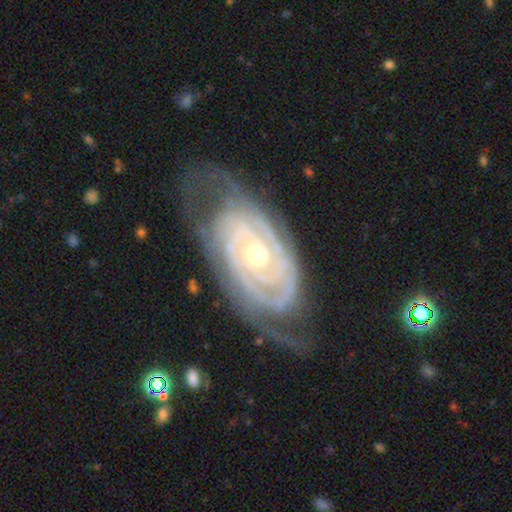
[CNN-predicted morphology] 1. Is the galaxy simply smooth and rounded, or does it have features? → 92% featured or disk, 4% star or artifact, 4% smooth.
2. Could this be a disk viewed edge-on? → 95% no, 5% yes.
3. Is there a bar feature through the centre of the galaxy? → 69% no, 20% weak, 11% strong.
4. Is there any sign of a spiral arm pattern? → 98% yes, 2% no.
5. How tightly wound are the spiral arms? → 83% tight, 15% medium, 3% loose.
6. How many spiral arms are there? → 44% 2, 18% can't tell, 18% 3, 9% 4, 6% more than 4, 5% 1.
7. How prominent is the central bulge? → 53% moderate, 44% small, 2% large, 1% none, 1% dominant.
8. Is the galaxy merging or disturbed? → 66% none, 21% minor disturbance, 11% major disturbance, 2% merger.